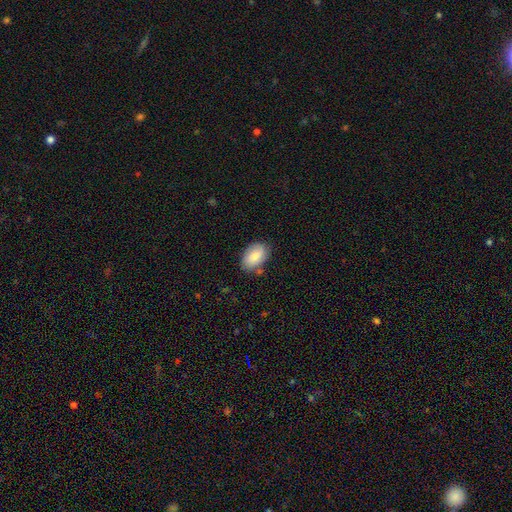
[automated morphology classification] A smooth galaxy with no disk features (81%) that is in between round and cigar-shaped (91%).

Vote fractions:
- Smooth or featured? smooth: 81% / featured or disk: 12% / star or artifact: 7%
- How rounded? in between: 91% / round: 7% / cigar-shaped: 1%
- Merging? none: 79% / minor disturbance: 15% / major disturbance: 3% / merger: 3%